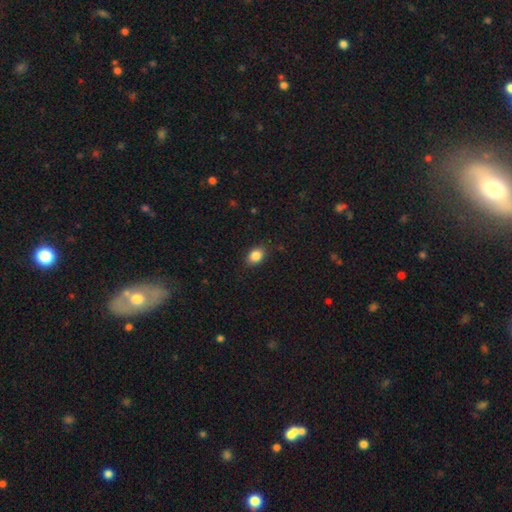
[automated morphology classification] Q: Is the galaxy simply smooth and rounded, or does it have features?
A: smooth — 87%.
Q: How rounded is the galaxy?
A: in between — 74%.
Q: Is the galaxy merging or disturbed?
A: none — 86%.